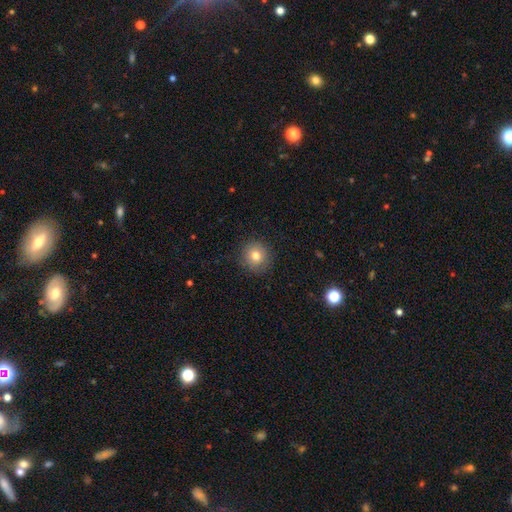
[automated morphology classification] smooth_or_featured: smooth (p=0.77) [alt: featured or disk p=0.12]
how_rounded: round (p=0.90) [alt: in between p=0.09]
merging: none (p=0.87) [alt: minor disturbance p=0.09]